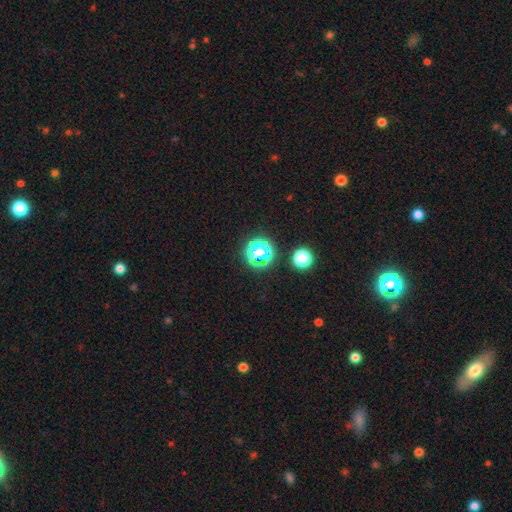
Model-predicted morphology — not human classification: type=star or artifact (51%).